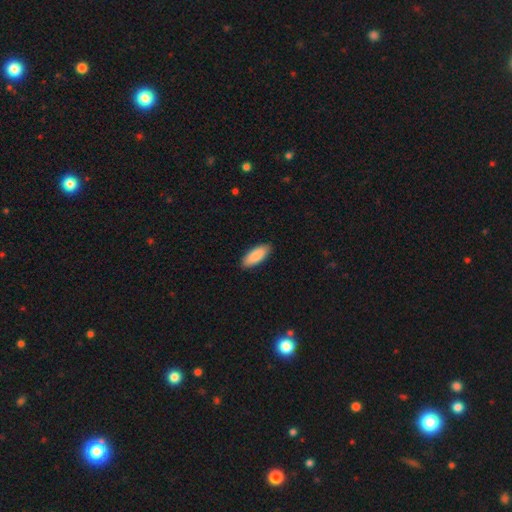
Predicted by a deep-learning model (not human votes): A smooth galaxy with no disk features (90%) that is in between round and cigar-shaped (80%).

Vote fractions:
- Smooth or featured? smooth: 90% / star or artifact: 5% / featured or disk: 5%
- How rounded? in between: 80% / cigar-shaped: 19% / round: 2%
- Merging? none: 89% / minor disturbance: 8% / major disturbance: 2% / merger: 1%